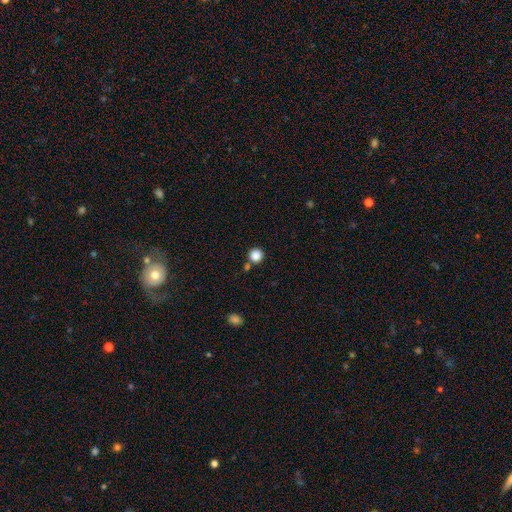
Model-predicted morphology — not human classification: smooth-or-featured: smooth: 85% | star or artifact: 11% | featured or disk: 3%
  how-rounded: round: 94% | in between: 5% | cigar-shaped: 1%
  merging: none: 75% | merger: 14% | minor disturbance: 8% | major disturbance: 3%